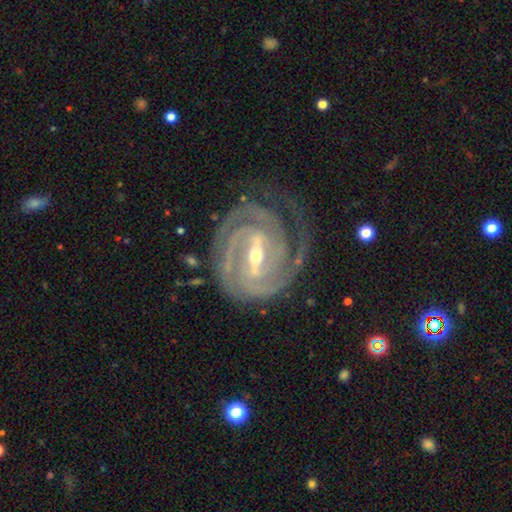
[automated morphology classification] Smooth or featured? Predicted: featured or disk (p=0.93). Edge-on disk? Predicted: no (p=0.97). Bar? Predicted: strong (p=0.64). Spiral arms? Predicted: yes (p=0.98). Spiral winding? Predicted: tight (p=0.77). Spiral arm count? Predicted: 2 (p=0.57). Bulge size? Predicted: small (p=0.54). Merging? Predicted: none (p=0.67).